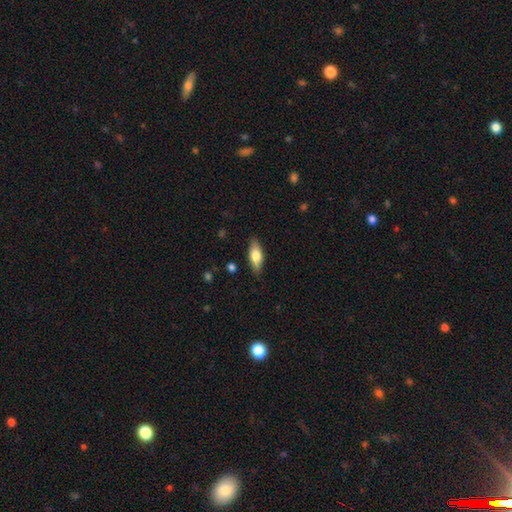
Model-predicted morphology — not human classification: Q: Smooth or featured?
A: smooth (70%); runner-up: featured or disk (23%)
Q: How rounded?
A: in between (73%); runner-up: cigar-shaped (24%)
Q: Merging?
A: none (85%); runner-up: minor disturbance (11%)